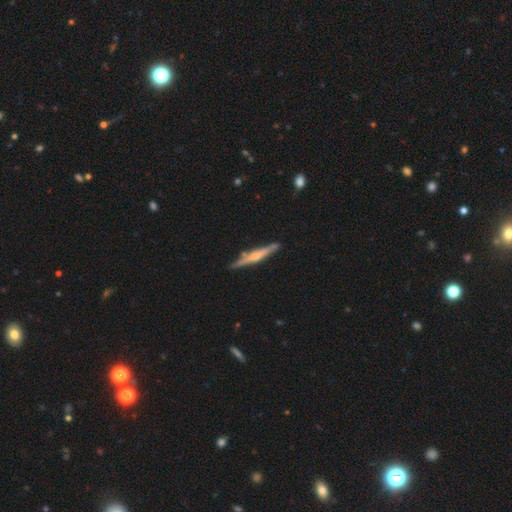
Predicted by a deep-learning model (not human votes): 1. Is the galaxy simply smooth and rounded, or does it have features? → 66% featured or disk, 29% smooth, 5% star or artifact.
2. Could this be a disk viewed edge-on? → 97% yes, 3% no.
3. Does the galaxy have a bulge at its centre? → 72% rounded, 17% none, 11% boxy.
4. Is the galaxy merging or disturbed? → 83% none, 11% minor disturbance, 3% merger, 2% major disturbance.